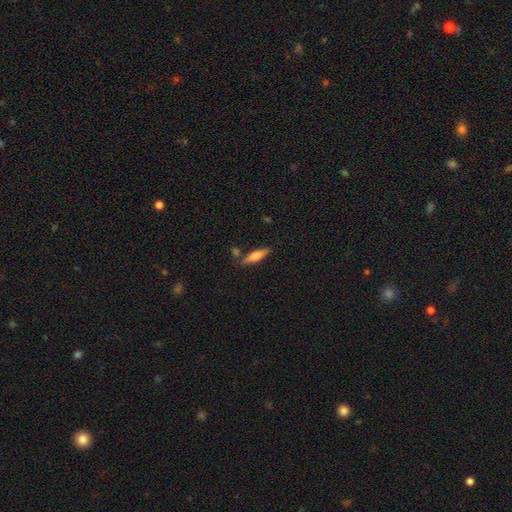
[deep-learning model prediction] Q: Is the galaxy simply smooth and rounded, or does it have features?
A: smooth — 64%.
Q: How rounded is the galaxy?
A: cigar-shaped — 69%.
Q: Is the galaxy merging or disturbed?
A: none — 76%.